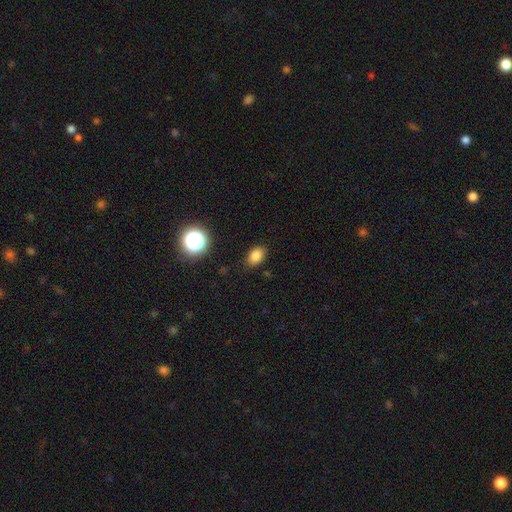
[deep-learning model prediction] Morphology: type=smooth (82%); roundness=in between (78%); merging=none (85%).